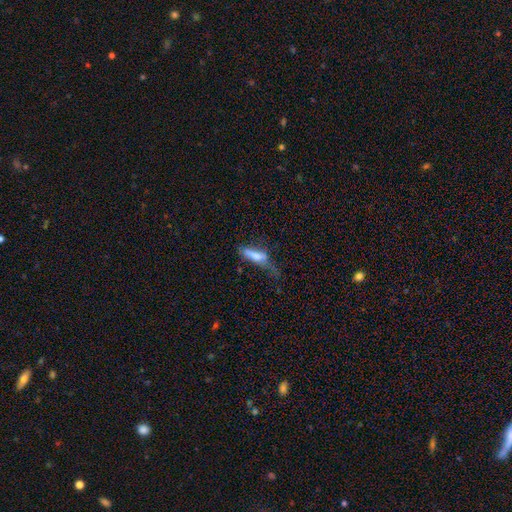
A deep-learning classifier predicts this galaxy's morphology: Smooth or featured? smooth (65%)
How rounded? cigar-shaped (56%)
Merging? major disturbance (38%)